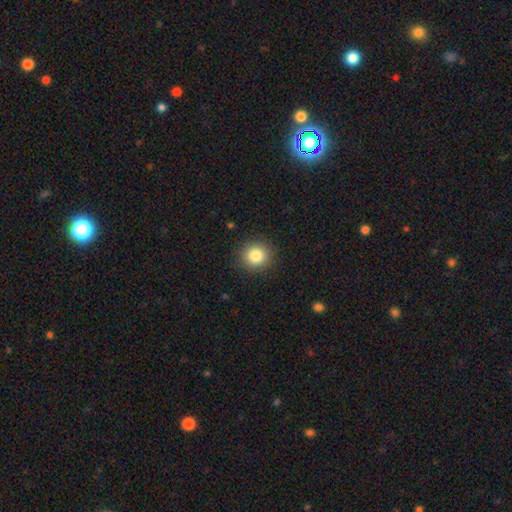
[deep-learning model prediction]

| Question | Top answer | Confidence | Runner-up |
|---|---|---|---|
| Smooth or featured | smooth | 83% | star or artifact (10%) |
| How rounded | round | 91% | in between (8%) |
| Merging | none | 90% | minor disturbance (6%) |